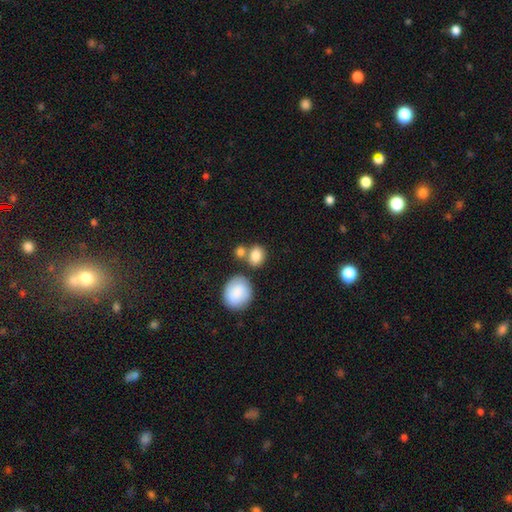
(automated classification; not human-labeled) Smooth or featured?
  - smooth: 85% *
  - star or artifact: 8%
  - featured or disk: 8%
How rounded?
  - round: 54% *
  - in between: 45%
  - cigar-shaped: 1%
Merging?
  - none: 56% *
  - merger: 27%
  - minor disturbance: 12%
  - major disturbance: 4%